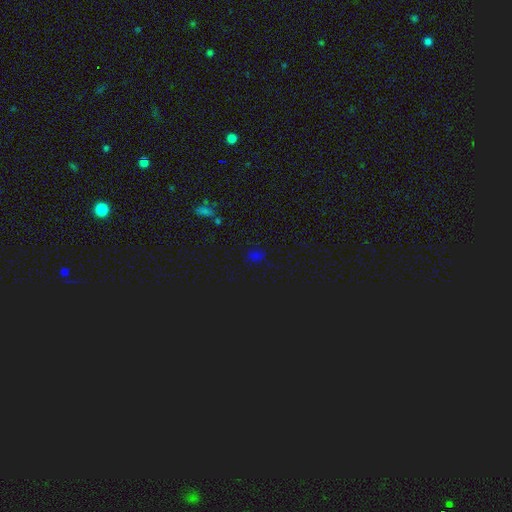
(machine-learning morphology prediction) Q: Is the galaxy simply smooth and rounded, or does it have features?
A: star or artifact — 51%.